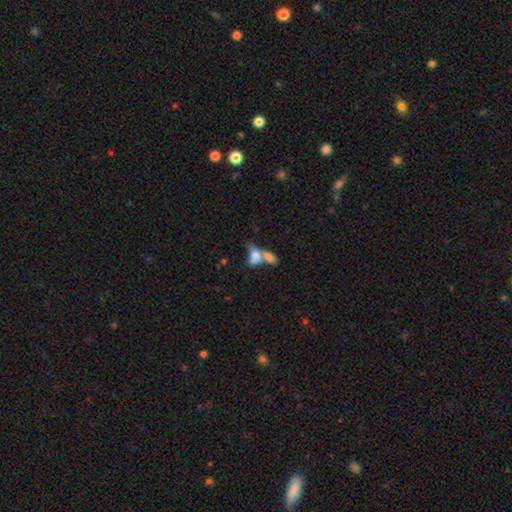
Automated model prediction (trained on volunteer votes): smooth 65%, featured or disk 25%, star or artifact 10%. Down the decision tree: how rounded — in between (72%); merging — merger (64%).